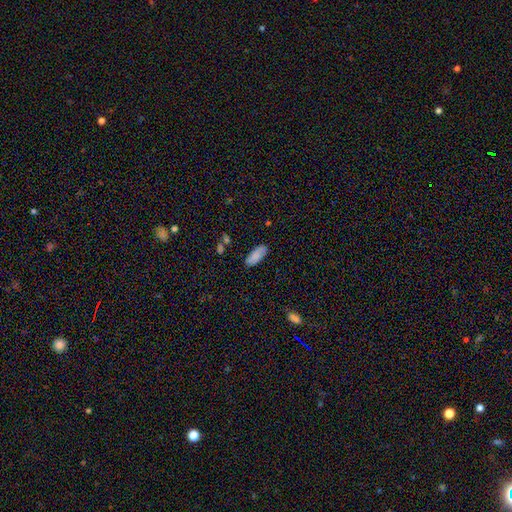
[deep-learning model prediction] smooth_or_featured: smooth (p=0.85) [alt: featured or disk p=0.08]
how_rounded: in between (p=0.81) [alt: cigar-shaped p=0.17]
merging: none (p=0.84) [alt: minor disturbance p=0.12]